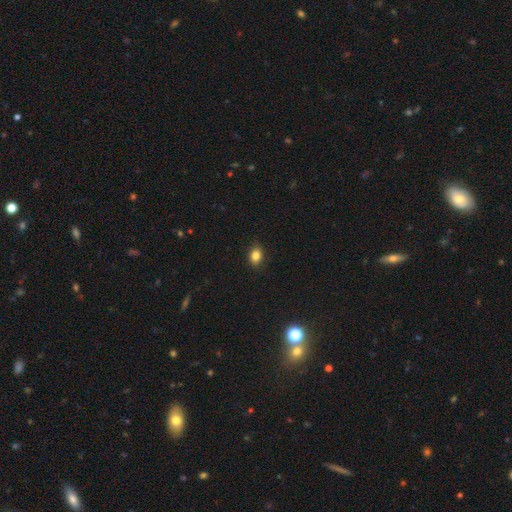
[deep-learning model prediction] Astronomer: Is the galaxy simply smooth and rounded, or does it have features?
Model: smooth — 84%.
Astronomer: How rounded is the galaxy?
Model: in between — 70%.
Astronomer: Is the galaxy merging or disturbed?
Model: none — 86%.